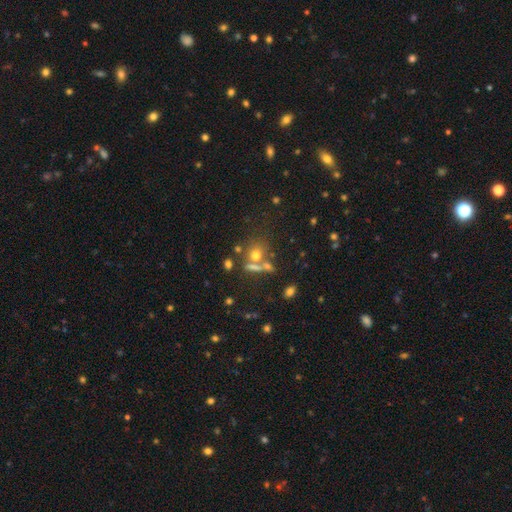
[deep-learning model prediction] Smooth or featured? Predicted: smooth (p=0.63). How rounded? Predicted: round (p=0.75). Merging? Predicted: none (p=0.52).